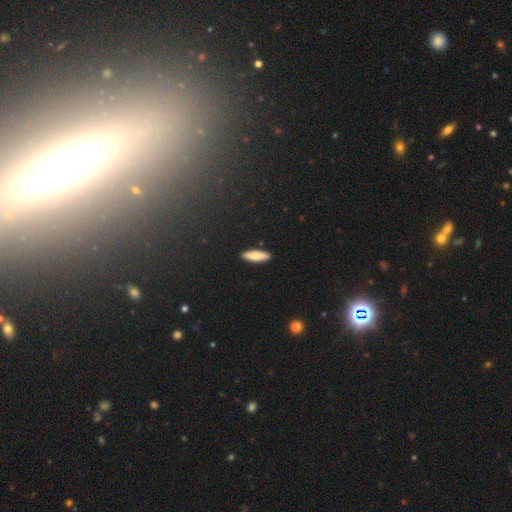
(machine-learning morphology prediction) Overall: smooth (73%). How rounded: cigar-shaped (64%; in between 34%). Merging: none (89%).